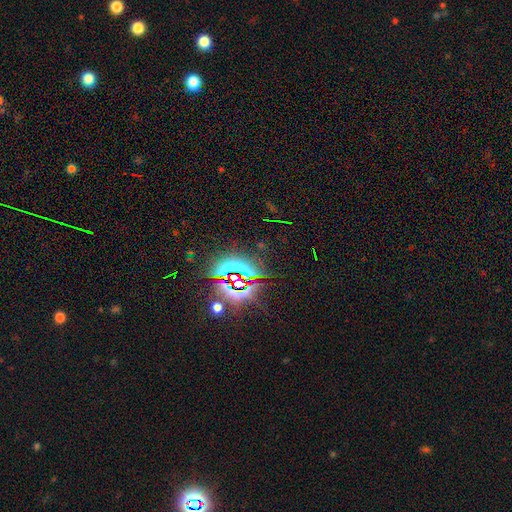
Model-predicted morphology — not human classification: smooth_or_featured: star or artifact (p=0.84) [alt: smooth p=0.09]